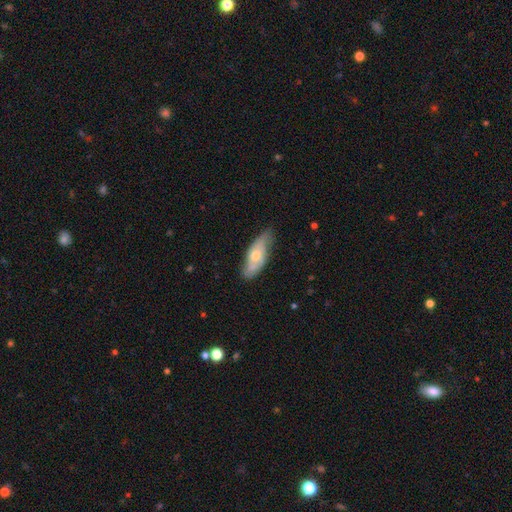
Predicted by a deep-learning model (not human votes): smooth 49%, featured or disk 45%, star or artifact 6%. Down the decision tree: merging — none (58%).